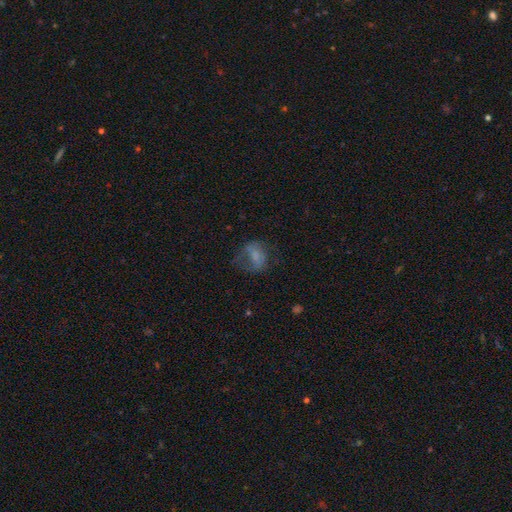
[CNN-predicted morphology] A smooth galaxy with no disk features (54%) that is in between round and cigar-shaped (62%). Merging: none (39%).